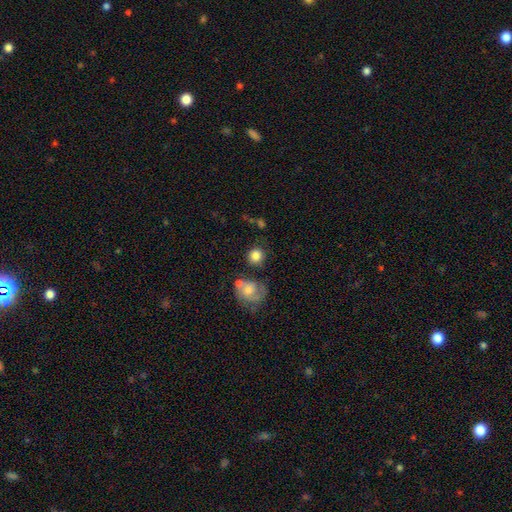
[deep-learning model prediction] Morphology: type=smooth (81%); roundness=round (88%); merging=none (69%).